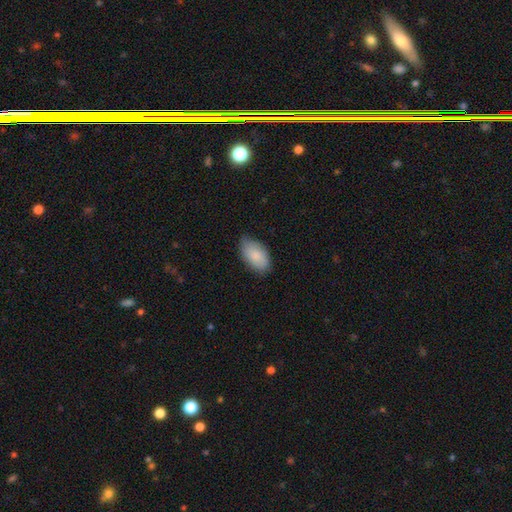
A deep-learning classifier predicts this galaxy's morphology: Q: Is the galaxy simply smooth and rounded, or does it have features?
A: smooth — 87%.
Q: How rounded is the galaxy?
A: in between — 95%.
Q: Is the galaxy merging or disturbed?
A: none — 74%.